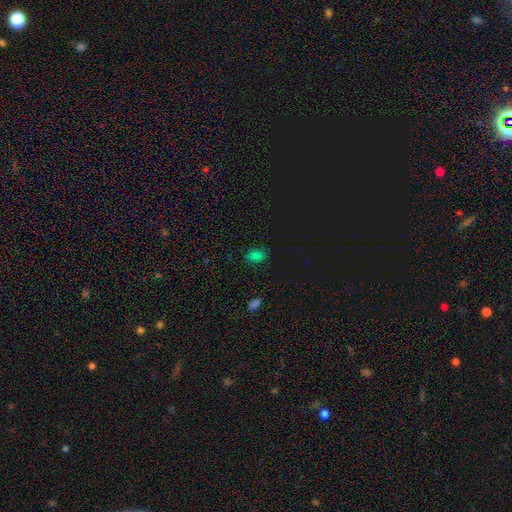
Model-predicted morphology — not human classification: Smooth or featured?
  - smooth: 74% *
  - star or artifact: 21%
  - featured or disk: 5%
How rounded?
  - in between: 84% *
  - round: 14%
  - cigar-shaped: 2%
Merging?
  - none: 80% *
  - minor disturbance: 15%
  - major disturbance: 4%
  - merger: 2%